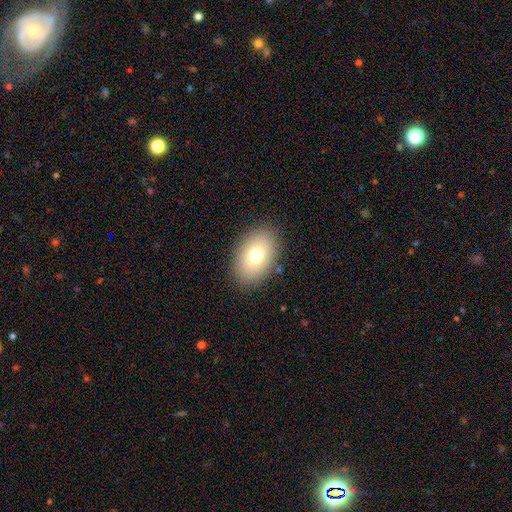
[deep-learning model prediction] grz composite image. It shows a smooth galaxy with no disk features (74%) that is in between round and cigar-shaped (86%). Merging: none (87%).